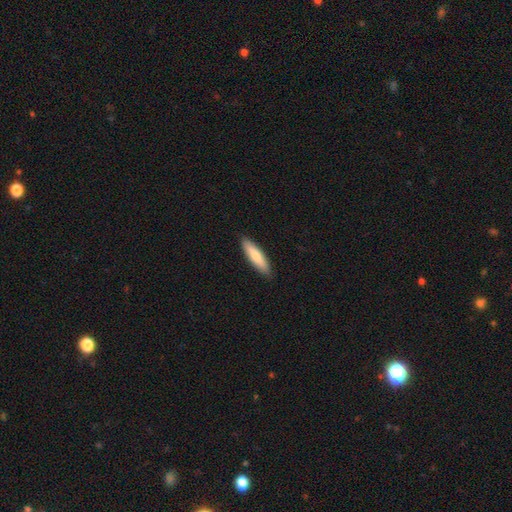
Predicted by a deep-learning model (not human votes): A smooth galaxy with no disk features (75%) that is cigar-shaped (72%). Merging: none (90%).